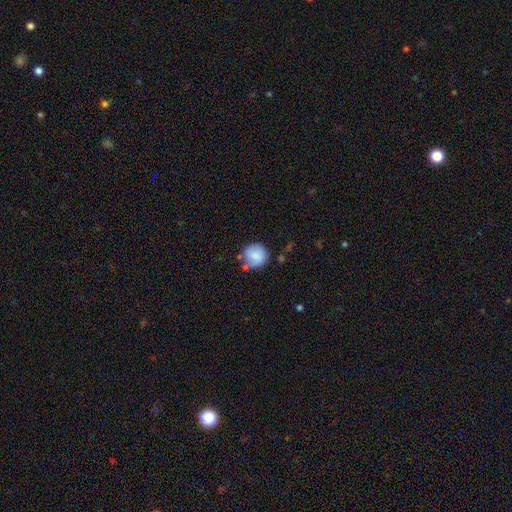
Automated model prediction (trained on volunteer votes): A smooth galaxy with no disk features (81%) that is round (89%).

Vote fractions:
- Smooth or featured? smooth: 81% / featured or disk: 11% / star or artifact: 8%
- How rounded? round: 89% / in between: 10% / cigar-shaped: 1%
- Merging? none: 66% / minor disturbance: 20% / merger: 9% / major disturbance: 5%